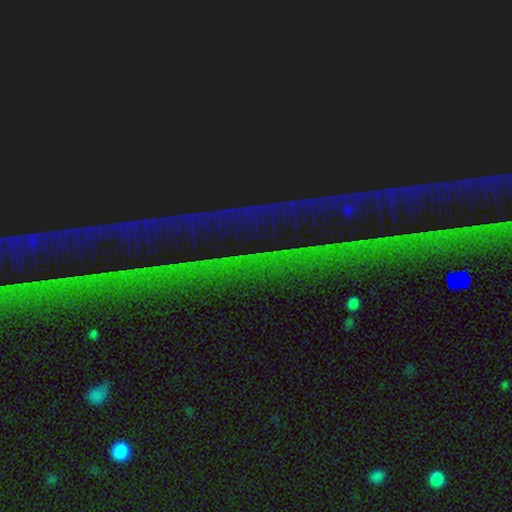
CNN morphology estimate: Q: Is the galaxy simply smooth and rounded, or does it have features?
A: star or artifact — 88%.